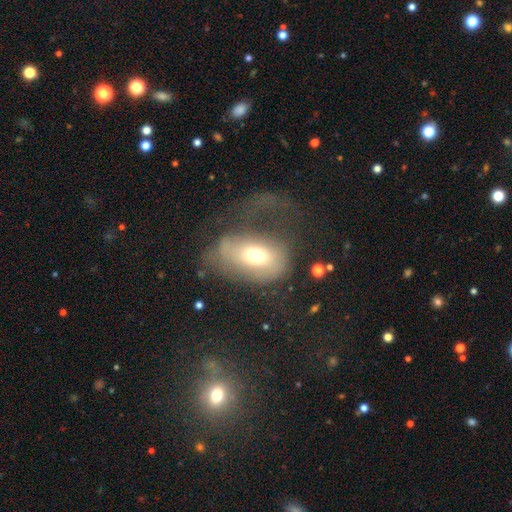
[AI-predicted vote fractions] Smooth or featured?
  - smooth: 57% *
  - featured or disk: 34%
  - star or artifact: 10%
How rounded?
  - in between: 72% *
  - round: 27%
  - cigar-shaped: 2%
Merging?
  - major disturbance: 56% *
  - none: 22%
  - minor disturbance: 18%
  - merger: 3%